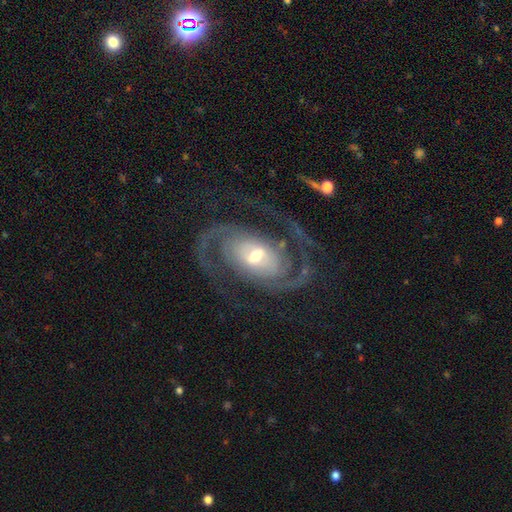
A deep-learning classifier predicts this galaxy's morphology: This appears to be a featured or disk galaxy (90%) with no bar (44%), 2 (86%) medium (49%) spiral arms (97%) and a moderate central bulge (58%). Merging: none (70%).